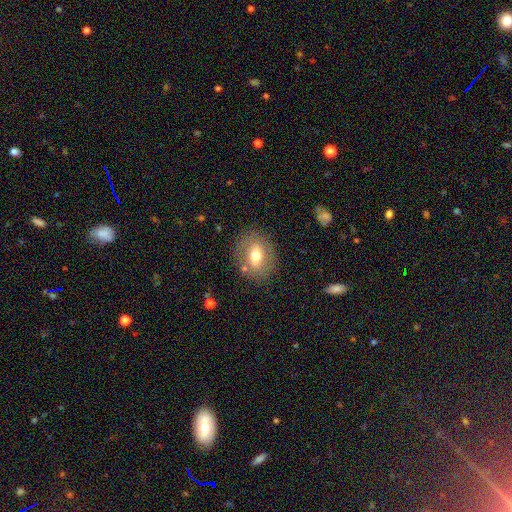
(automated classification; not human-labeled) This is possibly a smooth galaxy (55%). How rounded: possibly in between (55%). Merging: likely none (80%).